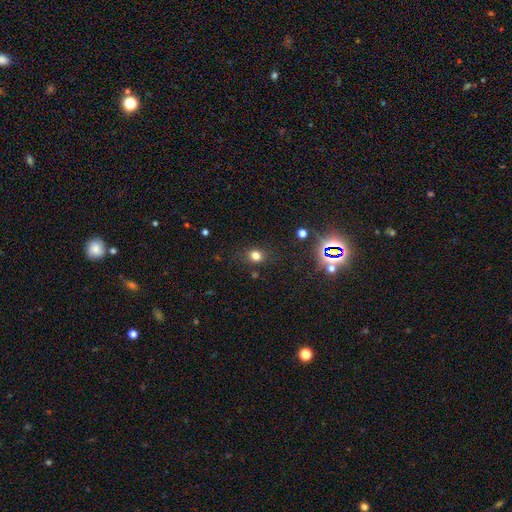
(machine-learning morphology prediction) smooth 74%, star or artifact 19%, featured or disk 7%. Down the decision tree: how rounded — round (68%); merging — none (82%).